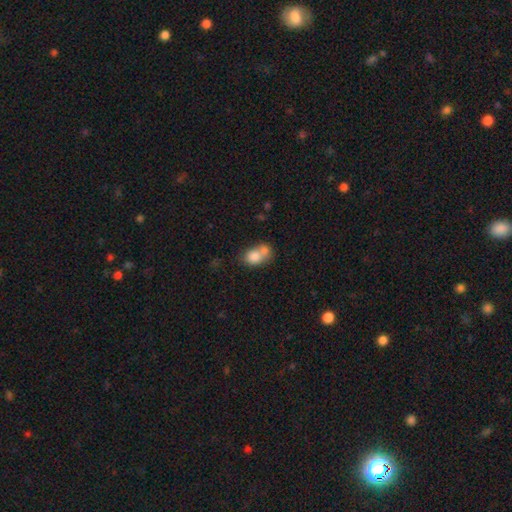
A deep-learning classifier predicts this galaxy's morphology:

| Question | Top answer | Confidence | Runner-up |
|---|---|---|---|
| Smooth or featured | smooth | 76% | featured or disk (15%) |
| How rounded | in between | 60% | round (39%) |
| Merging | merger | 61% | none (25%) |